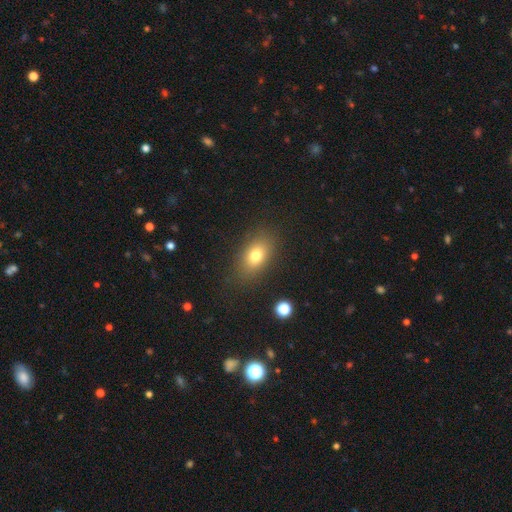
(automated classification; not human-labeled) A smooth galaxy with no disk features (76%) that is in between round and cigar-shaped (83%). Merging: none (84%).